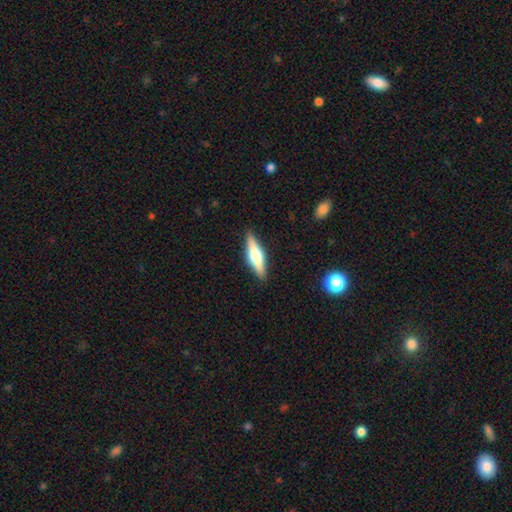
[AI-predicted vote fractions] Smooth or featured? featured or disk (55%)
Edge-on disk? yes (95%)
Edge-on bulge? rounded (92%)
Merging? none (89%)